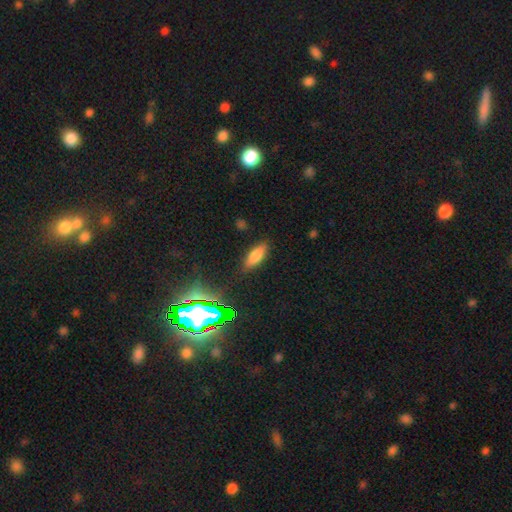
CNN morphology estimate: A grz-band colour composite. It shows a smooth galaxy with no disk features (76%) that is in between round and cigar-shaped (70%). Merging: none (84%).